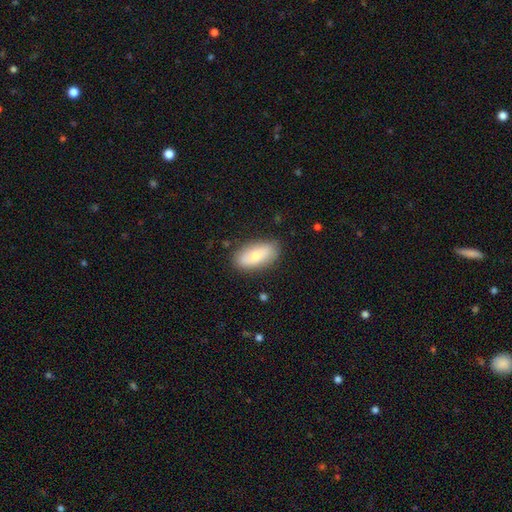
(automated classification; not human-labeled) A smooth galaxy with no disk features (67%) that is in between round and cigar-shaped (91%).

Vote fractions:
- Smooth or featured? smooth: 67% / featured or disk: 27% / star or artifact: 6%
- How rounded? in between: 91% / cigar-shaped: 6% / round: 3%
- Merging? none: 83% / minor disturbance: 13% / major disturbance: 3% / merger: 1%